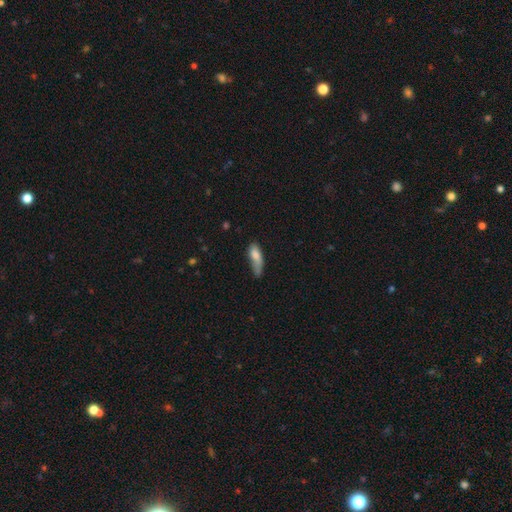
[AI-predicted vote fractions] A smooth galaxy with no disk features (78%) that is in between round and cigar-shaped (59%).

Vote fractions:
- Smooth or featured? smooth: 78% / featured or disk: 15% / star or artifact: 7%
- How rounded? in between: 59% / cigar-shaped: 39% / round: 3%
- Merging? minor disturbance: 39% / none: 33% / major disturbance: 22% / merger: 6%